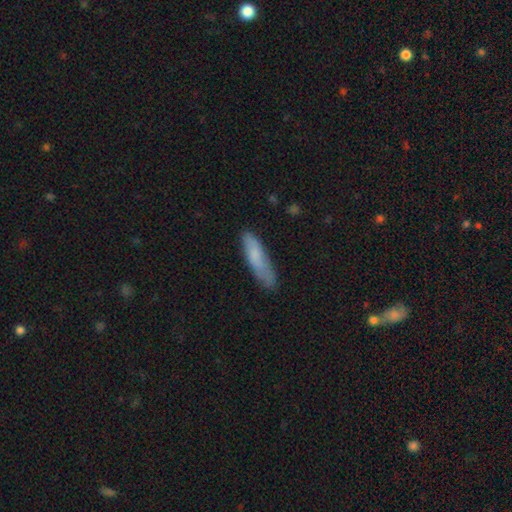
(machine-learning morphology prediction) This appears to be a smooth galaxy with no disk features (77%) that is cigar-shaped (72%). Merging: none (70%).